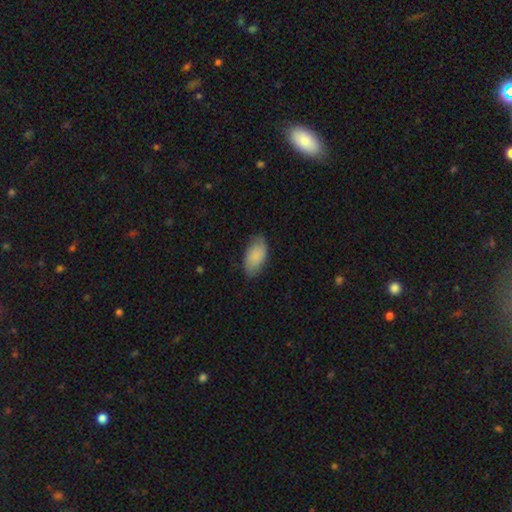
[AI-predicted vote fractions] Q: Smooth or featured?
A: smooth (85%); runner-up: featured or disk (9%)
Q: How rounded?
A: in between (95%); runner-up: round (3%)
Q: Merging?
A: none (78%); runner-up: minor disturbance (18%)